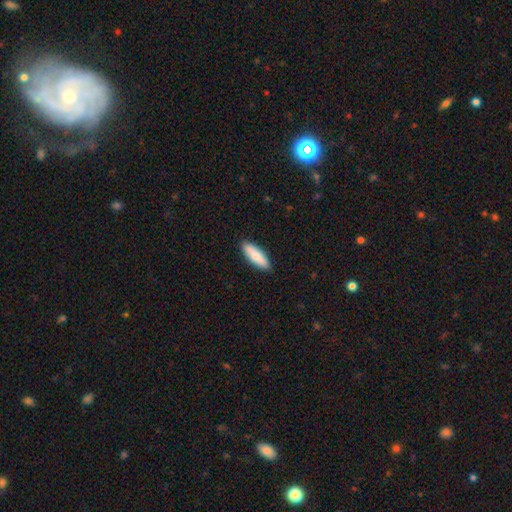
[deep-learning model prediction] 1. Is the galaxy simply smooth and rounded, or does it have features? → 80% smooth, 15% featured or disk, 5% star or artifact.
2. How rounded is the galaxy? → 52% in between, 46% cigar-shaped, 2% round.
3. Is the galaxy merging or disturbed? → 89% none, 8% minor disturbance, 1% major disturbance, 1% merger.